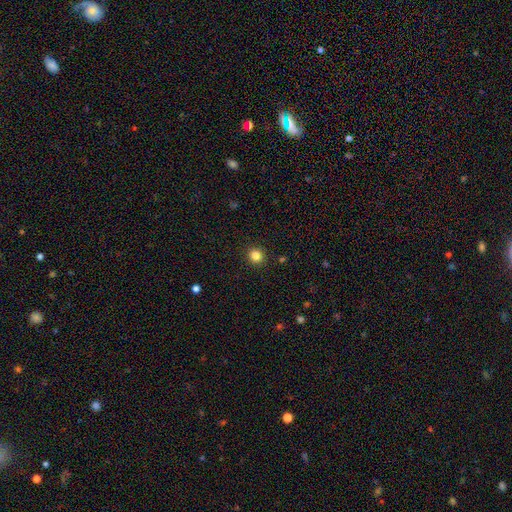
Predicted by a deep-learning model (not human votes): Smooth or featured? smooth (83%)
How rounded? round (91%)
Merging? none (92%)